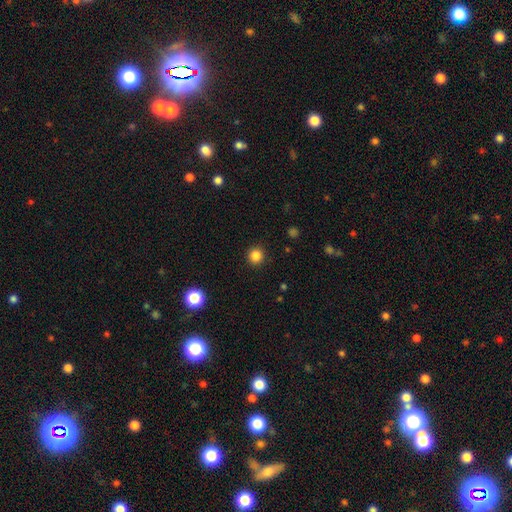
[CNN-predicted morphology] Smooth or featured? Predicted: smooth (p=0.84). How rounded? Predicted: round (p=0.94). Merging? Predicted: none (p=0.92).